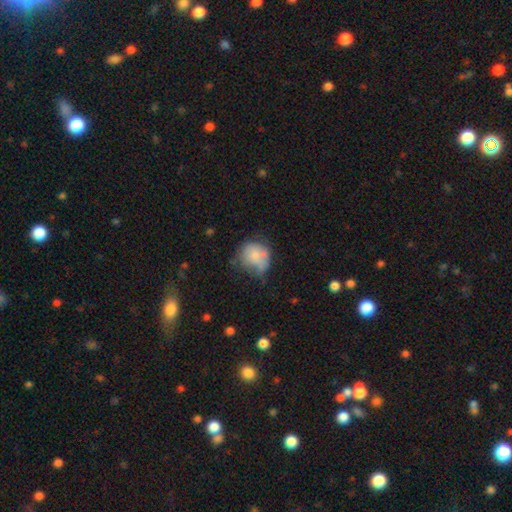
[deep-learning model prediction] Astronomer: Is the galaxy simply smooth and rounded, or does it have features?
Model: smooth — 71%.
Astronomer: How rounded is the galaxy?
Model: round — 75%.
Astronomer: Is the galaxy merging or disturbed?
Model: none — 38% (runner-up: minor disturbance, 34%).